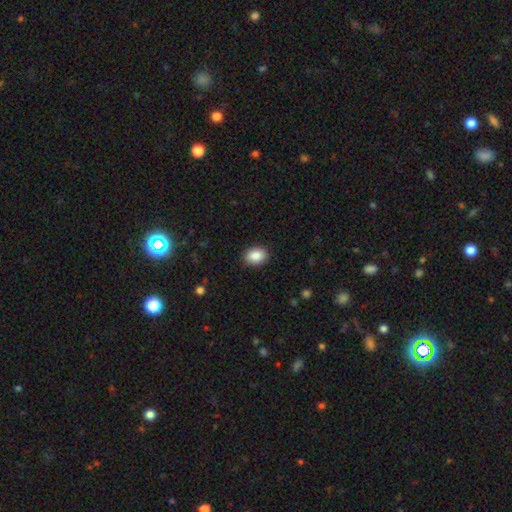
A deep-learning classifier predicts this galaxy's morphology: smooth-or-featured: smooth: 89% | star or artifact: 7% | featured or disk: 3%
  how-rounded: in between: 70% | round: 29% | cigar-shaped: 1%
  merging: none: 89% | minor disturbance: 8% | major disturbance: 2% | merger: 1%